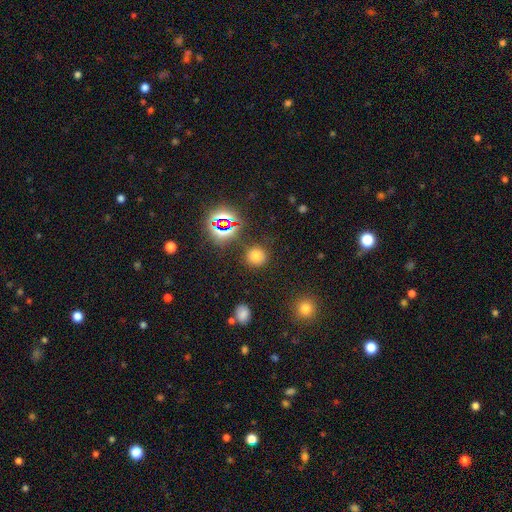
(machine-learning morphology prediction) smooth-or-featured: smooth: 69% | star or artifact: 23% | featured or disk: 7%
  how-rounded: round: 90% | in between: 9% | cigar-shaped: 1%
  merging: none: 84% | minor disturbance: 9% | major disturbance: 4% | merger: 3%